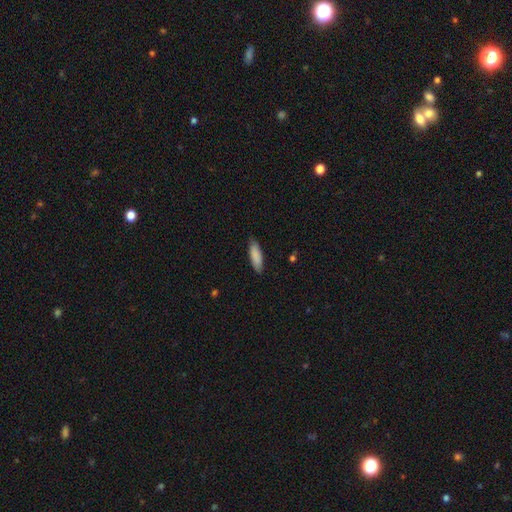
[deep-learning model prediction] This is clearly a smooth galaxy (86%). How rounded: possibly in between (51%). Merging: clearly none (84%).